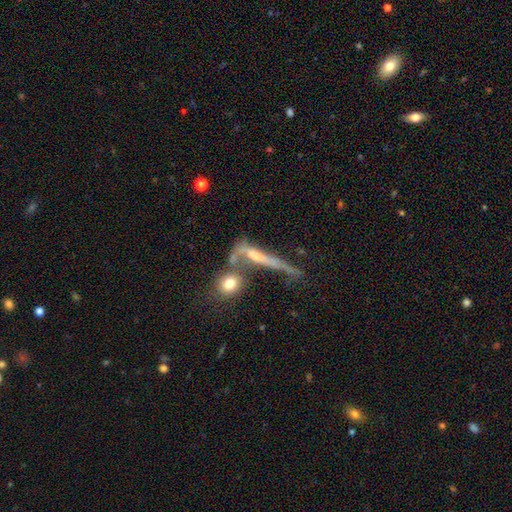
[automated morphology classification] Smooth or featured? featured or disk (57%)
Edge-on disk? yes (71%)
Merging? none (38%)